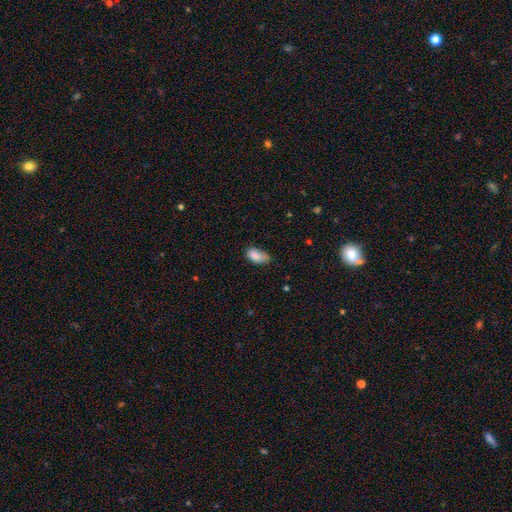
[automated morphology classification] Overall: smooth (86%). How rounded: in between (93%). Merging: none (55%; minor disturbance 36%).